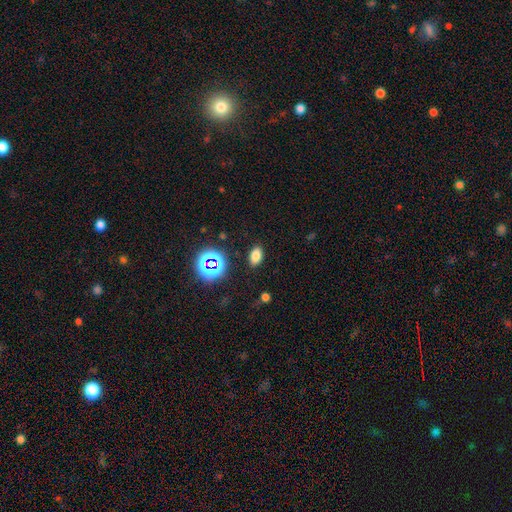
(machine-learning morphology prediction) smooth_or_featured: smooth (p=0.74) [alt: star or artifact p=0.19]
how_rounded: in between (p=0.87) [alt: round p=0.11]
merging: none (p=0.87) [alt: minor disturbance p=0.09]